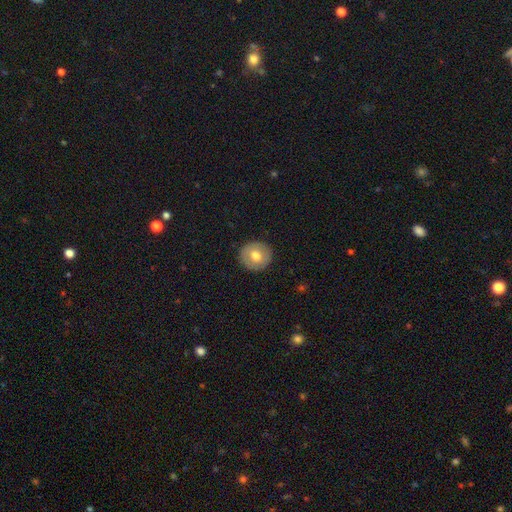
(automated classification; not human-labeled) smooth 70%, featured or disk 23%, star or artifact 7%. Down the decision tree: how rounded — round (91%); merging — none (91%).